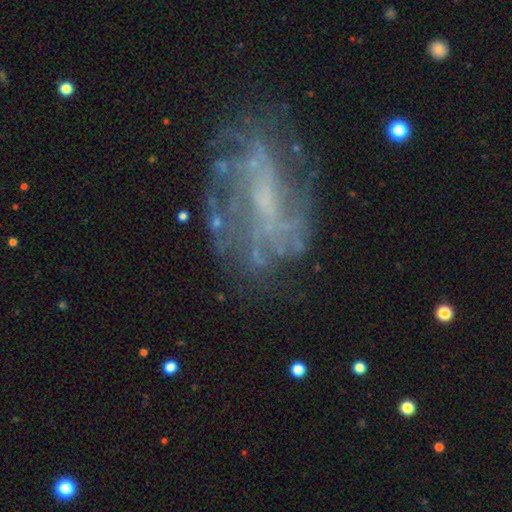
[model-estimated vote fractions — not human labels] Overall: featured or disk (70%). Edge-on disk: no (96%). Bar: no (58%; weak 29%). Spiral arms: yes (68%; no 32%). Bulge size: none (43%; small 37%). Merging: none (56%; major disturbance 21%).